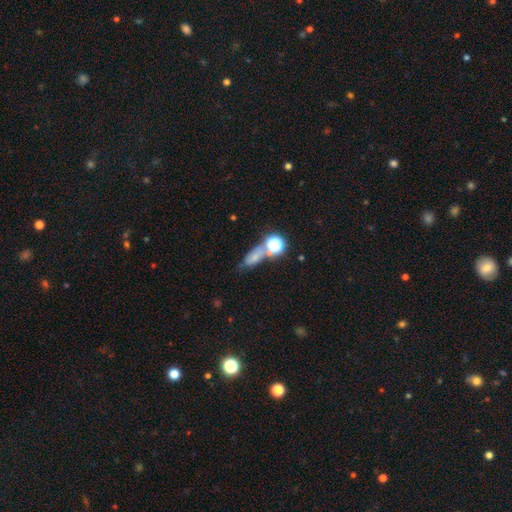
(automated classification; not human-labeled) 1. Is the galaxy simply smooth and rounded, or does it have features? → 61% smooth, 22% star or artifact, 17% featured or disk.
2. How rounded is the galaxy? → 58% in between, 24% round, 18% cigar-shaped.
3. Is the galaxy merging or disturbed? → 46% none, 26% merger, 17% minor disturbance, 10% major disturbance.